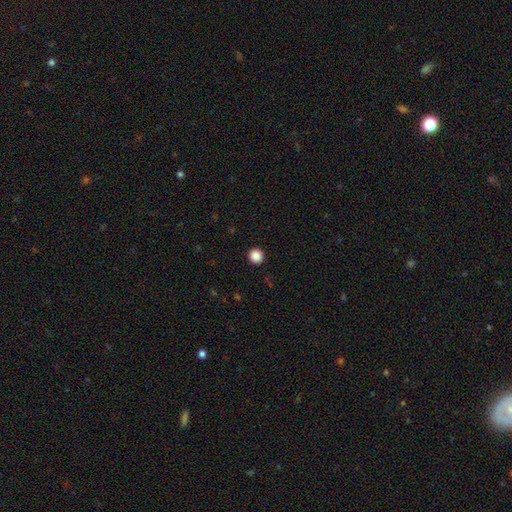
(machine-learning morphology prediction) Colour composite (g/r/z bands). It shows a smooth galaxy with no disk features (87%) that is round (95%). Merging: none (93%).